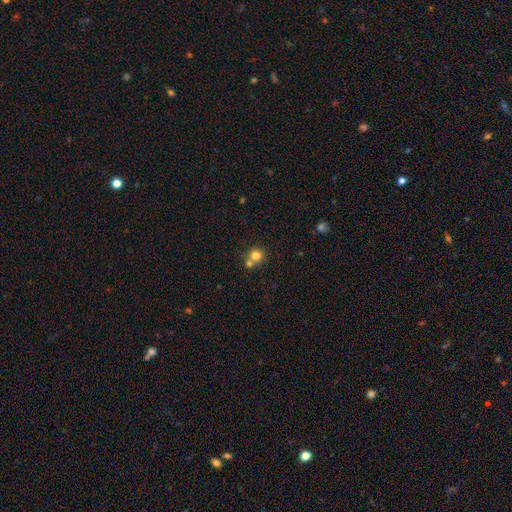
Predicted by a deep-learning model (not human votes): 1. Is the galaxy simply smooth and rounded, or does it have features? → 78% smooth, 13% star or artifact, 9% featured or disk.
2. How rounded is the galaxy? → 90% round, 9% in between, 1% cigar-shaped.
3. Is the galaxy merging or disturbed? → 54% none, 37% merger, 7% minor disturbance, 2% major disturbance.